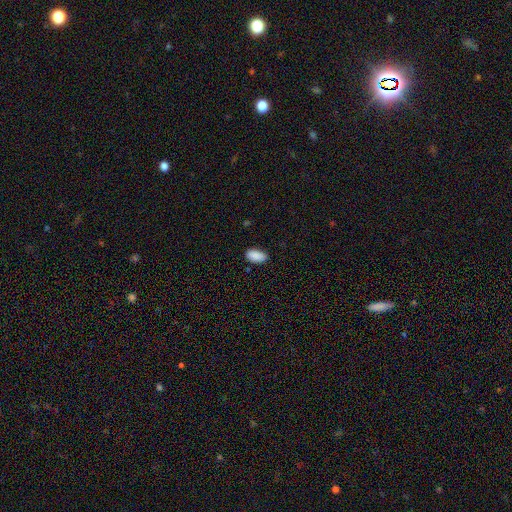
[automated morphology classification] Smooth or featured?
  - smooth: 90% *
  - star or artifact: 7%
  - featured or disk: 3%
How rounded?
  - in between: 94% *
  - round: 3%
  - cigar-shaped: 3%
Merging?
  - none: 83% *
  - minor disturbance: 13%
  - major disturbance: 2%
  - merger: 1%